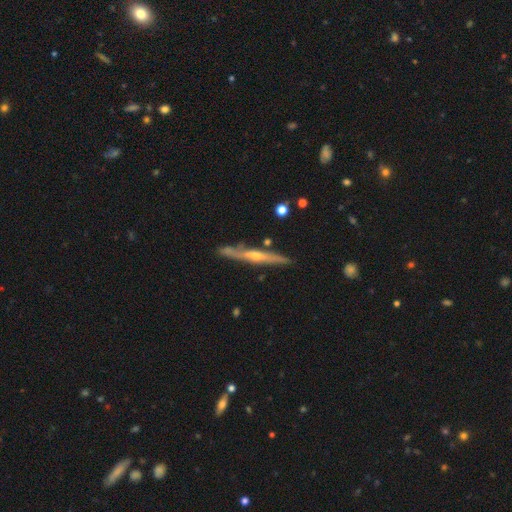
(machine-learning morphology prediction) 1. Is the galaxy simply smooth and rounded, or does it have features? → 72% featured or disk, 23% smooth, 5% star or artifact.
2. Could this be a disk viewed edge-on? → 93% yes, 7% no.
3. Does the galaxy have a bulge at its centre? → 68% rounded, 27% none, 5% boxy.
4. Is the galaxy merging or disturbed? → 79% none, 14% minor disturbance, 4% merger, 3% major disturbance.